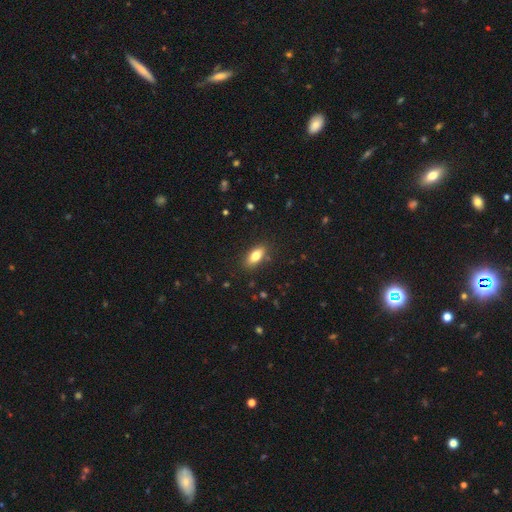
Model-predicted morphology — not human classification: smooth-or-featured: smooth: 79% | featured or disk: 13% | star or artifact: 8%
  how-rounded: in between: 83% | cigar-shaped: 13% | round: 4%
  merging: none: 86% | minor disturbance: 10% | major disturbance: 3% | merger: 1%